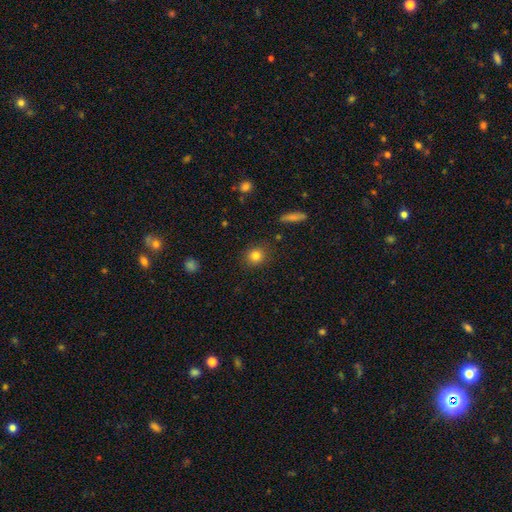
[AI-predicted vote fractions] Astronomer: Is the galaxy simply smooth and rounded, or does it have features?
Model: smooth — 81%.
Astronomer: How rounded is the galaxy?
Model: round — 82%.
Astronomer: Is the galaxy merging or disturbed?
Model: none — 87%.